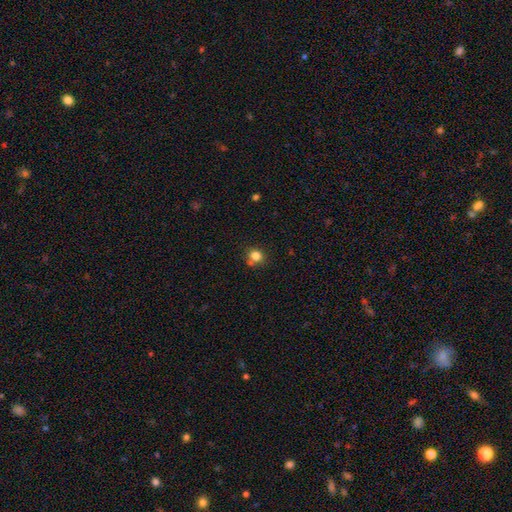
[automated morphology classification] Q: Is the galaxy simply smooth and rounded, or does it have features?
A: smooth — 82%.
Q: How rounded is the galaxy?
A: round — 82%.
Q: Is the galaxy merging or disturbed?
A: none — 72%.